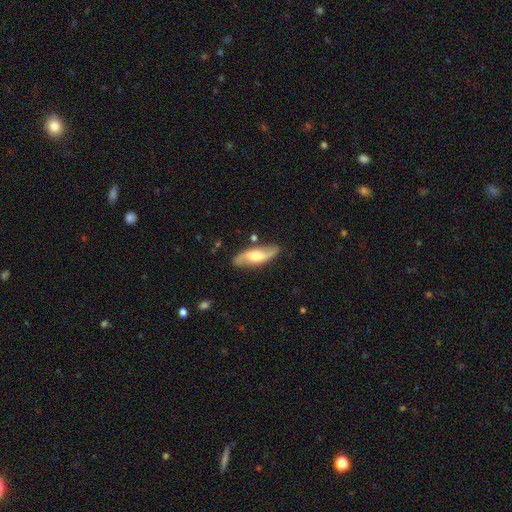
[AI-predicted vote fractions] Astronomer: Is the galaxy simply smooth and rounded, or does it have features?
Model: featured or disk — 71%.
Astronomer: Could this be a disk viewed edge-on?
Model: no — 85%.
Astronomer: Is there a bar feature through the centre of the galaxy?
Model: weak — 44% (runner-up: no, 37%).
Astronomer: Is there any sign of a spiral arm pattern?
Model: yes — 93%.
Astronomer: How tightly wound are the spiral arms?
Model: loose — 63%.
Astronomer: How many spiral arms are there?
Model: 2 — 91%.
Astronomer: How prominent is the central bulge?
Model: moderate — 49% (runner-up: large, 24%).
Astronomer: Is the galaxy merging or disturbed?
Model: none — 80%.